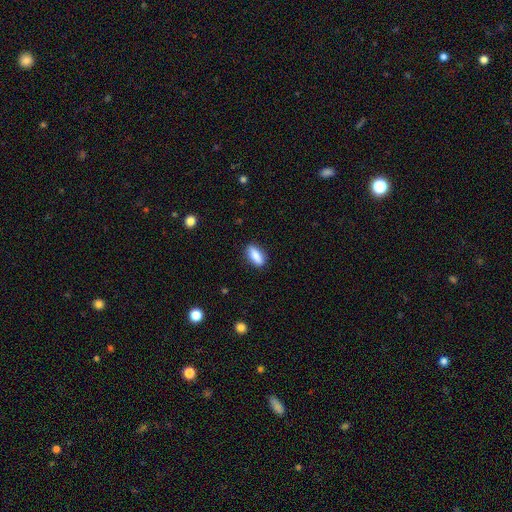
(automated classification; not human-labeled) A smooth galaxy with no disk features (85%) that is in between round and cigar-shaped (76%). Merging: none (86%).